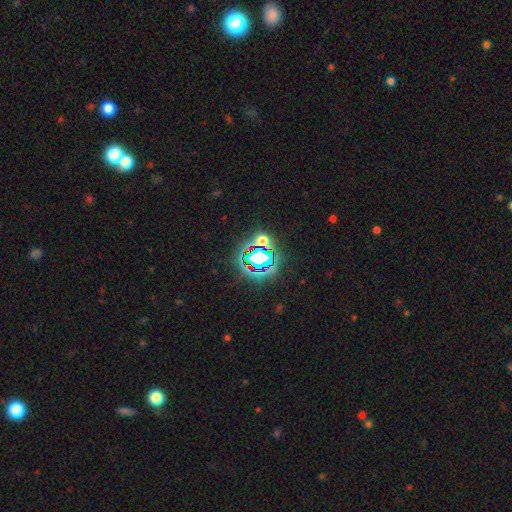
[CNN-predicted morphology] Q: Smooth or featured?
A: star or artifact (70%); runner-up: smooth (17%)